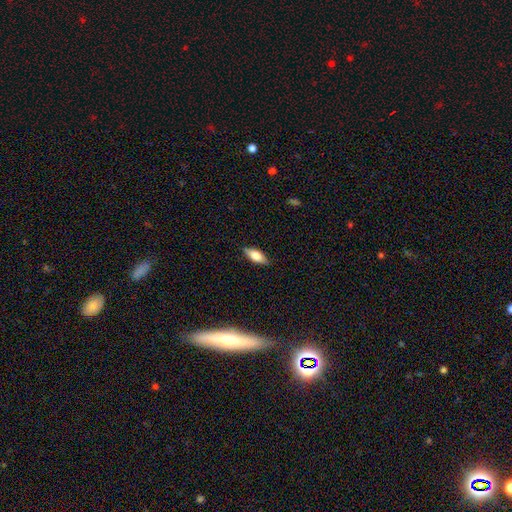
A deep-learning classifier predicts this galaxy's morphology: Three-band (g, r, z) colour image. It shows a smooth galaxy with no disk features (69%) that is in between round and cigar-shaped (74%). Merging: none (87%).